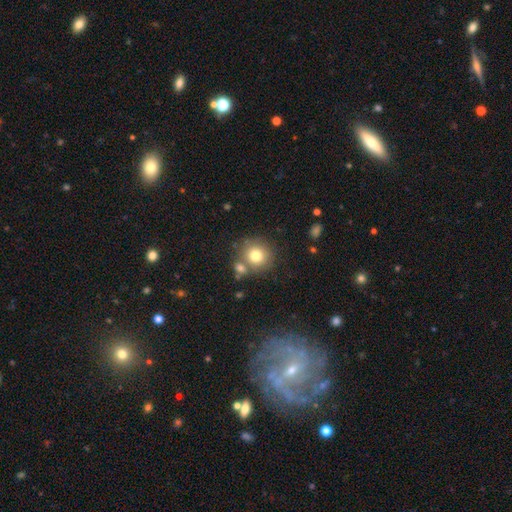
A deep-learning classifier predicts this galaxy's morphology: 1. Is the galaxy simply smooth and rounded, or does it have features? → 77% smooth, 12% star or artifact, 11% featured or disk.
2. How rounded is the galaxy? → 90% round, 10% in between, 1% cigar-shaped.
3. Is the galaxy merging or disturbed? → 68% none, 18% merger, 10% minor disturbance, 4% major disturbance.